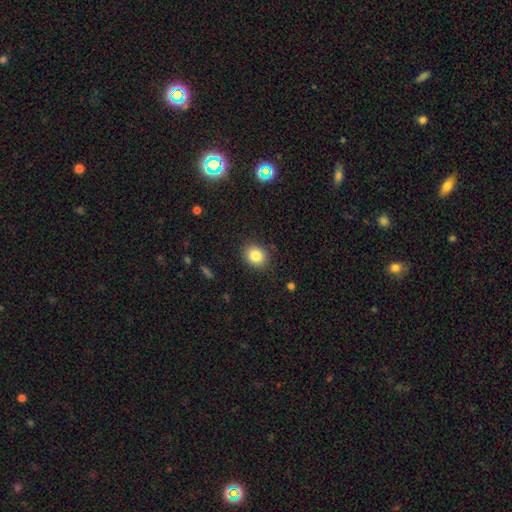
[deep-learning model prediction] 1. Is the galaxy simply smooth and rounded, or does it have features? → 84% smooth, 10% star or artifact, 7% featured or disk.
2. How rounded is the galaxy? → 65% round, 34% in between, 1% cigar-shaped.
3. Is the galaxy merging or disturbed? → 88% none, 8% minor disturbance, 2% major disturbance, 1% merger.